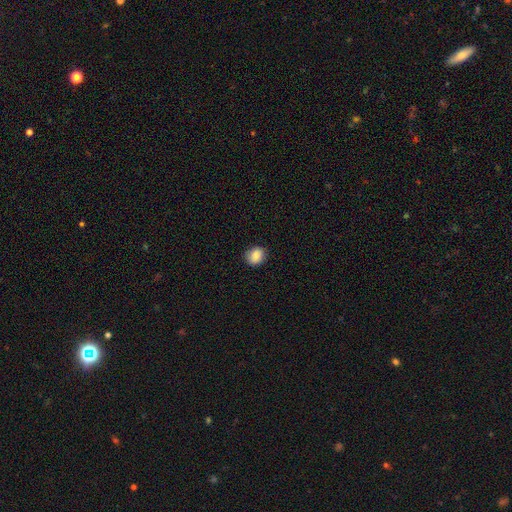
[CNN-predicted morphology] A smooth galaxy with no disk features (87%) that is round (67%).

Vote fractions:
- Smooth or featured? smooth: 87% / star or artifact: 8% / featured or disk: 5%
- How rounded? round: 67% / in between: 32% / cigar-shaped: 1%
- Merging? none: 87% / minor disturbance: 10% / major disturbance: 2% / merger: 1%